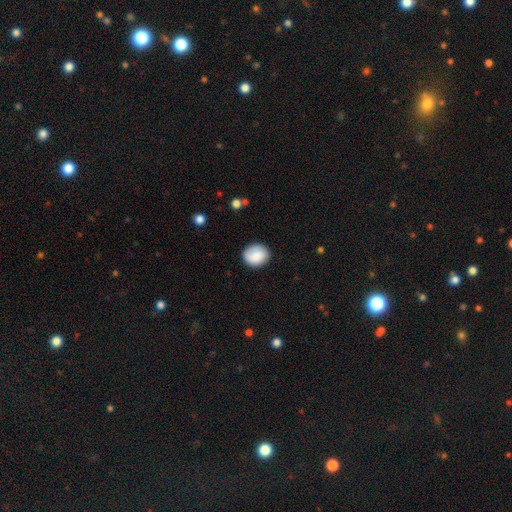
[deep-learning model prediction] Smooth or featured?
  - smooth: 85% *
  - featured or disk: 8%
  - star or artifact: 7%
How rounded?
  - round: 58% *
  - in between: 41%
  - cigar-shaped: 1%
Merging?
  - none: 83% *
  - minor disturbance: 13%
  - major disturbance: 3%
  - merger: 1%